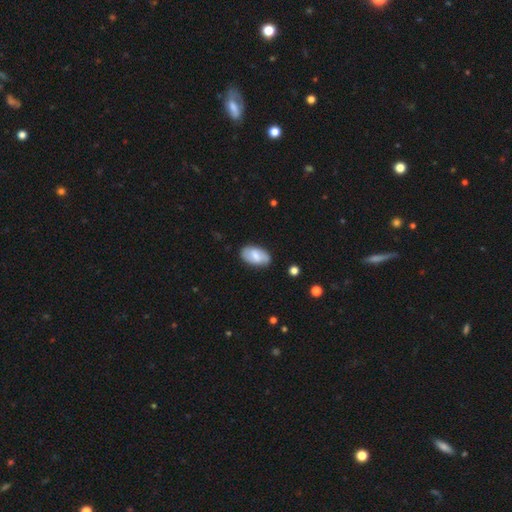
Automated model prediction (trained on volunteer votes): Smooth or featured? smooth (69%)
How rounded? in between (94%)
Merging? none (80%)